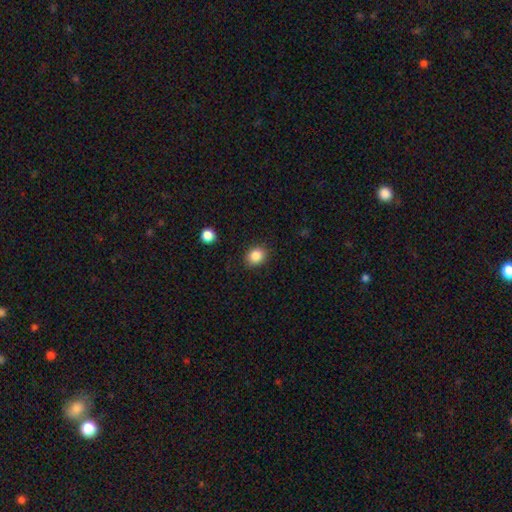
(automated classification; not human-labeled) The model was most divided on "how rounded": round: 60%, in between: 39%, cigar-shaped: 1%. More confident: merging — none (88%); smooth or featured — smooth (85%).